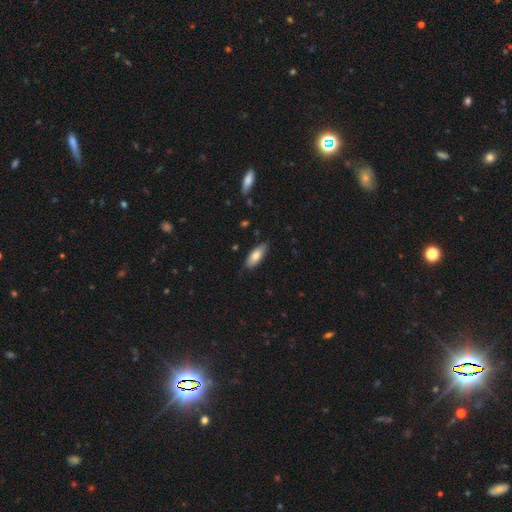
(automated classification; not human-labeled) smooth-or-featured: smooth: 77% | featured or disk: 17% | star or artifact: 6%
  how-rounded: in between: 76% | cigar-shaped: 22% | round: 2%
  merging: none: 81% | minor disturbance: 16% | major disturbance: 2% | merger: 1%